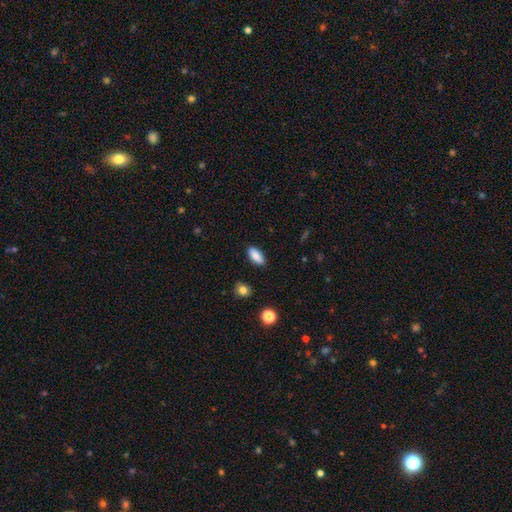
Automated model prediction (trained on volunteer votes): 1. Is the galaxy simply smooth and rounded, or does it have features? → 86% smooth, 7% star or artifact, 7% featured or disk.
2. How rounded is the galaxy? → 83% in between, 14% cigar-shaped, 3% round.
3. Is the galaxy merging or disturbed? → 86% none, 10% minor disturbance, 2% major disturbance, 1% merger.